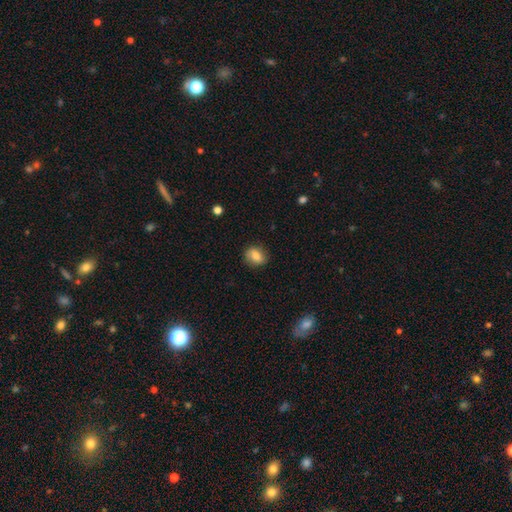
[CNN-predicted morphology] A smooth galaxy with no disk features (80%) that is in between round and cigar-shaped (54%).

Vote fractions:
- Smooth or featured? smooth: 80% / featured or disk: 12% / star or artifact: 8%
- How rounded? in between: 54% / round: 44% / cigar-shaped: 2%
- Merging? none: 83% / minor disturbance: 13% / major disturbance: 3% / merger: 1%